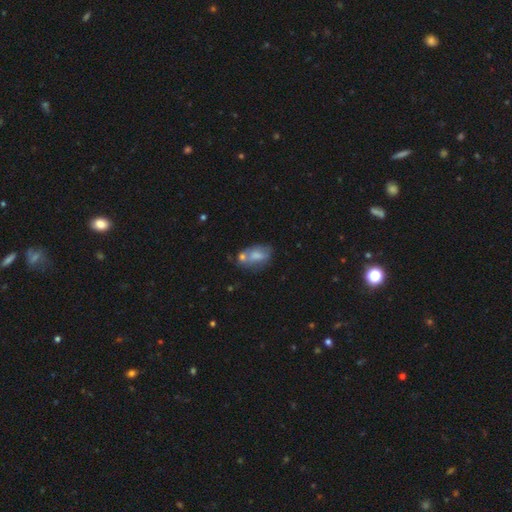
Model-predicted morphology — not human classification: Smooth or featured?
  - smooth: 60% *
  - featured or disk: 31%
  - star or artifact: 9%
How rounded?
  - in between: 88% *
  - round: 10%
  - cigar-shaped: 3%
Merging?
  - none: 36% *
  - merger: 33%
  - minor disturbance: 21%
  - major disturbance: 9%